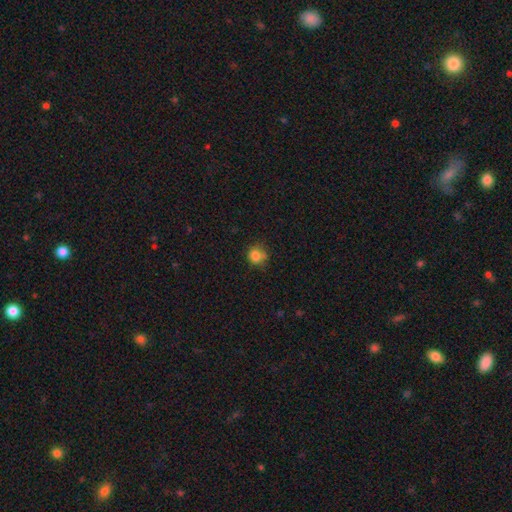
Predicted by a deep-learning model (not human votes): Smooth or featured?
  - smooth: 82% *
  - star or artifact: 11%
  - featured or disk: 7%
How rounded?
  - round: 85% *
  - in between: 14%
  - cigar-shaped: 1%
Merging?
  - none: 63% *
  - minor disturbance: 25%
  - major disturbance: 7%
  - merger: 6%